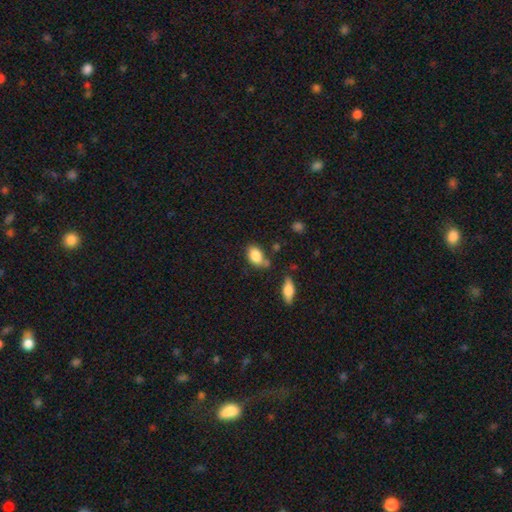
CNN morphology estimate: Smooth or featured? Predicted: smooth (p=0.84). How rounded? Predicted: in between (p=0.84). Merging? Predicted: none (p=0.57).